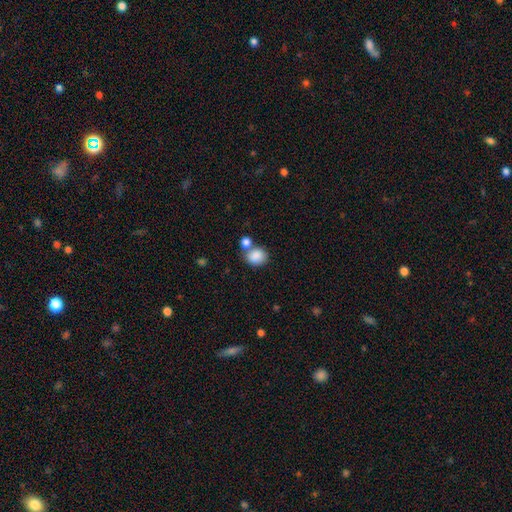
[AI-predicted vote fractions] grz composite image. It shows a smooth galaxy with no disk features (86%) that is round (60%). Merging: none (53%).